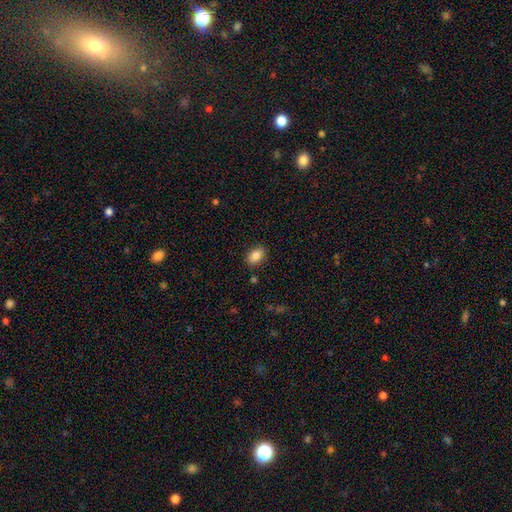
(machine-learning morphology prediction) smooth 85%, star or artifact 8%, featured or disk 7%. Down the decision tree: how rounded — in between (84%); merging — none (87%).